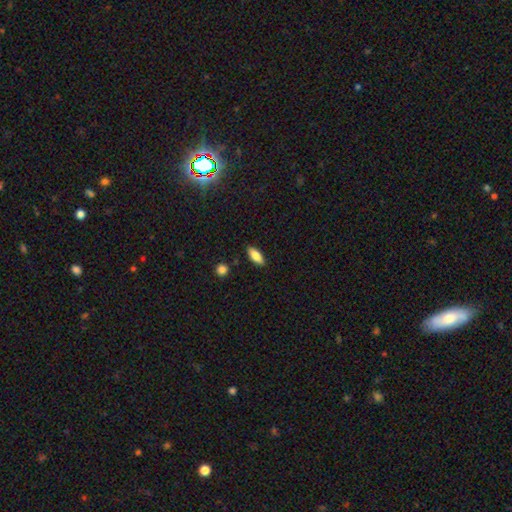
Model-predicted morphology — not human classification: Smooth or featured? smooth (83%)
How rounded? in between (79%)
Merging? none (87%)